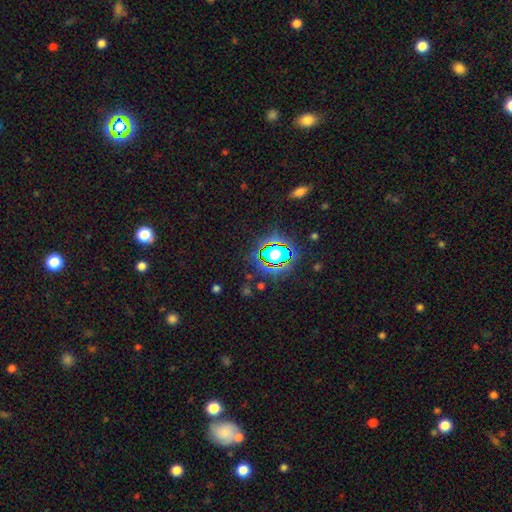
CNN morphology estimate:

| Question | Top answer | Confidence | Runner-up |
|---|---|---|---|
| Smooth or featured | star or artifact | 78% | smooth (14%) |